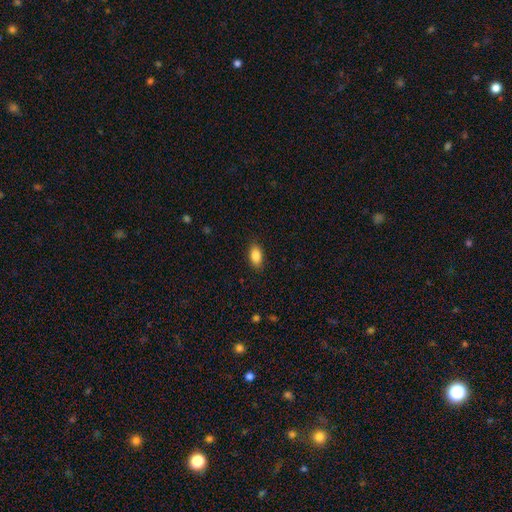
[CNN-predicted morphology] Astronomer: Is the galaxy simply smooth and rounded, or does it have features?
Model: smooth — 87%.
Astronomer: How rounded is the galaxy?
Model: in between — 91%.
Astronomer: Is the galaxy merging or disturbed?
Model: none — 88%.